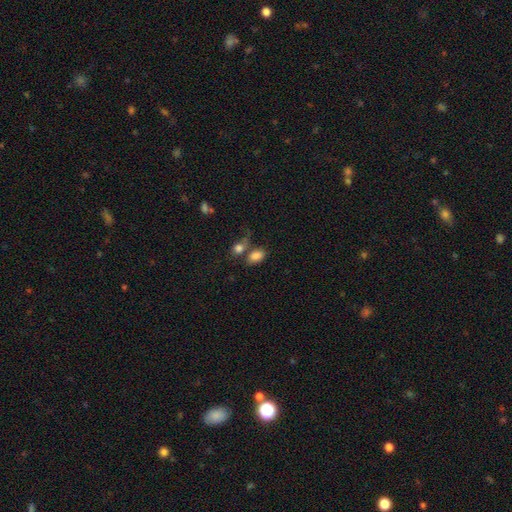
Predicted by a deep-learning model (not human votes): smooth 83%, star or artifact 9%, featured or disk 7%. Down the decision tree: how rounded — in between (89%); merging — none (45%).